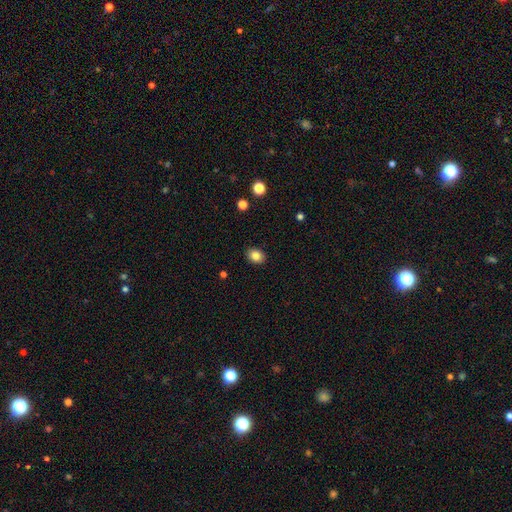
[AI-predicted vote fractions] Morphology: type=smooth (84%); roundness=in between (61%); merging=none (89%).